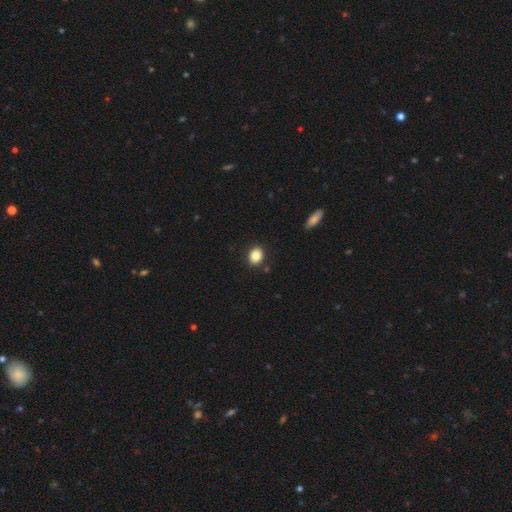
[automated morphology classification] Smooth or featured?
  - smooth: 86% *
  - star or artifact: 9%
  - featured or disk: 5%
How rounded?
  - round: 50% *
  - in between: 49%
  - cigar-shaped: 1%
Merging?
  - none: 87% *
  - minor disturbance: 9%
  - major disturbance: 2%
  - merger: 2%